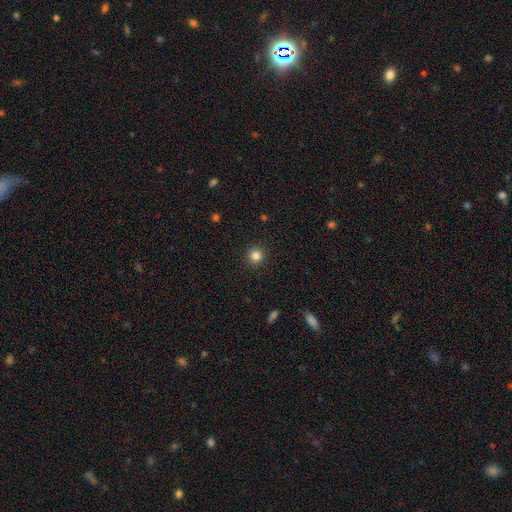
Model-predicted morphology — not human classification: smooth-or-featured: smooth: 83% | star or artifact: 12% | featured or disk: 5%
  how-rounded: round: 94% | in between: 5% | cigar-shaped: 1%
  merging: none: 93% | minor disturbance: 5% | major disturbance: 2% | merger: 1%